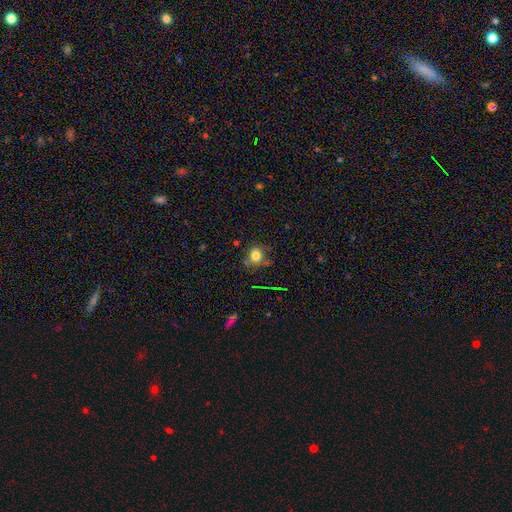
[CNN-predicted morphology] Overall: smooth (77%). How rounded: round (77%). Merging: none (67%).